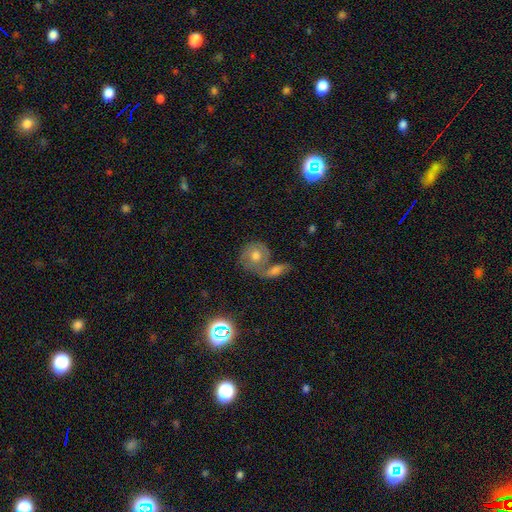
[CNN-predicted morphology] Q: Smooth or featured?
A: featured or disk (56%); runner-up: smooth (31%)
Q: Edge-on disk?
A: no (95%); runner-up: yes (5%)
Q: Bar?
A: no (80%); runner-up: weak (16%)
Q: Spiral arms?
A: yes (76%); runner-up: no (24%)
Q: Bulge size?
A: moderate (71%); runner-up: large (13%)
Q: Merging?
A: none (44%); runner-up: merger (38%)